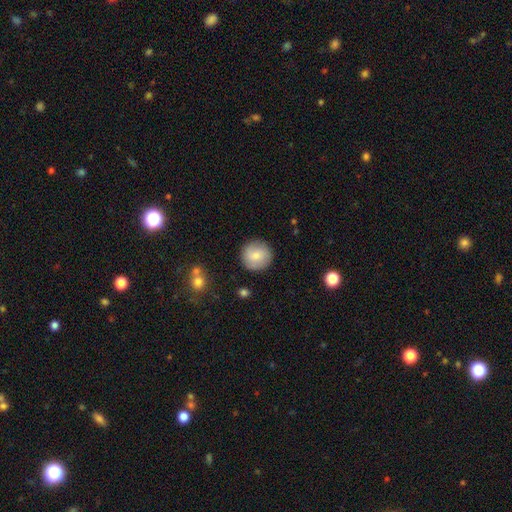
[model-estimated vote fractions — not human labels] smooth_or_featured: smooth (p=0.77) [alt: featured or disk p=0.17]
how_rounded: round (p=0.95) [alt: in between p=0.04]
merging: none (p=0.89) [alt: minor disturbance p=0.07]